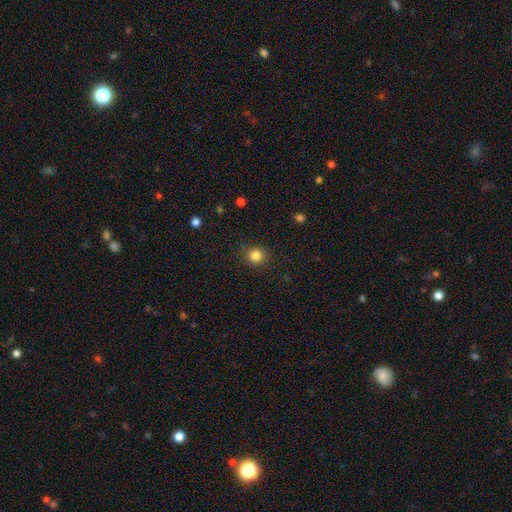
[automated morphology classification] This appears to be a smooth galaxy with no disk features (84%) that is round (92%). Merging: none (89%).